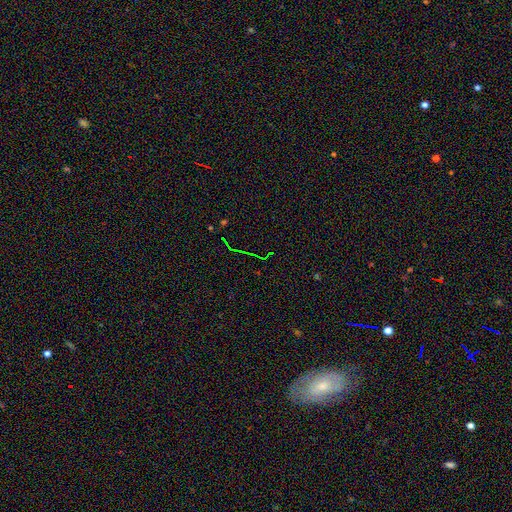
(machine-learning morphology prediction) The model was most divided on "smooth or featured": star or artifact: 68%, featured or disk: 17%, smooth: 15%.